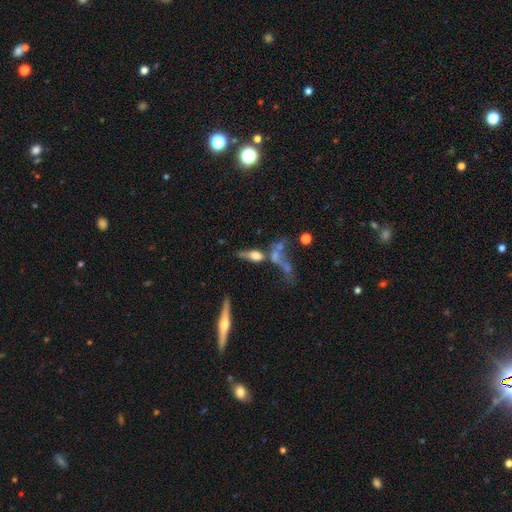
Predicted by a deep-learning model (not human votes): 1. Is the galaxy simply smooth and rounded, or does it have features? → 50% featured or disk, 37% smooth, 13% star or artifact.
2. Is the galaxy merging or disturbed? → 45% merger, 24% major disturbance, 20% none, 11% minor disturbance.